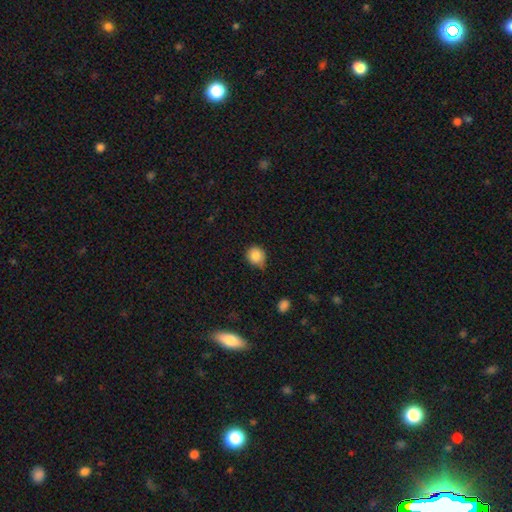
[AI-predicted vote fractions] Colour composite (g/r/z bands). It shows a smooth galaxy with no disk features (83%) that is round (85%). Merging: none (61%).